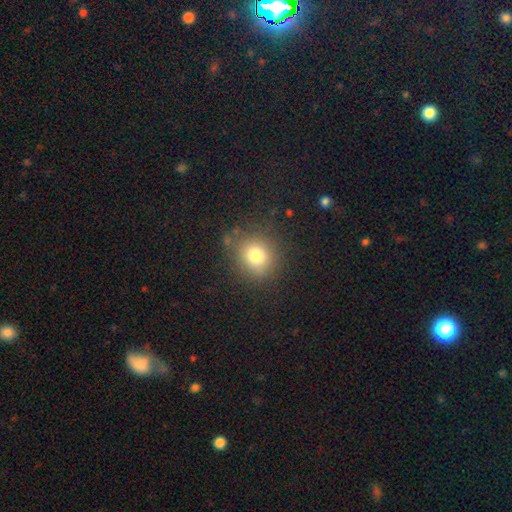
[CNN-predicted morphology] Smooth or featured?
  - smooth: 77% *
  - star or artifact: 14%
  - featured or disk: 9%
How rounded?
  - round: 84% *
  - in between: 15%
  - cigar-shaped: 1%
Merging?
  - none: 82% *
  - minor disturbance: 11%
  - major disturbance: 5%
  - merger: 2%